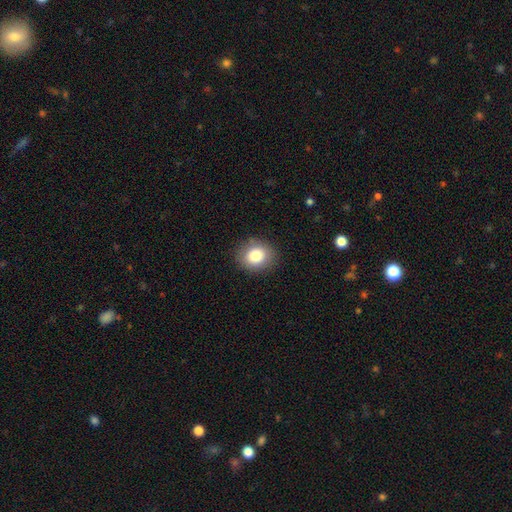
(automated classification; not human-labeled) The model was most divided on "how rounded": round: 67%, in between: 32%, cigar-shaped: 1%. More confident: merging — none (87%); smooth or featured — smooth (81%).